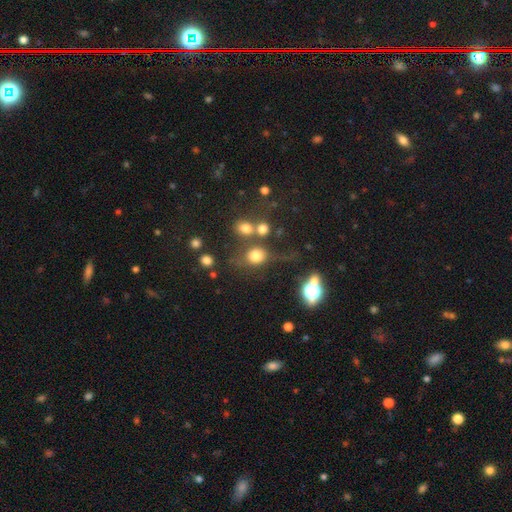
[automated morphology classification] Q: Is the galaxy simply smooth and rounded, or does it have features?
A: smooth — 74%.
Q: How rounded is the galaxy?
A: round — 64%.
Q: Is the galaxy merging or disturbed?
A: none — 50%.